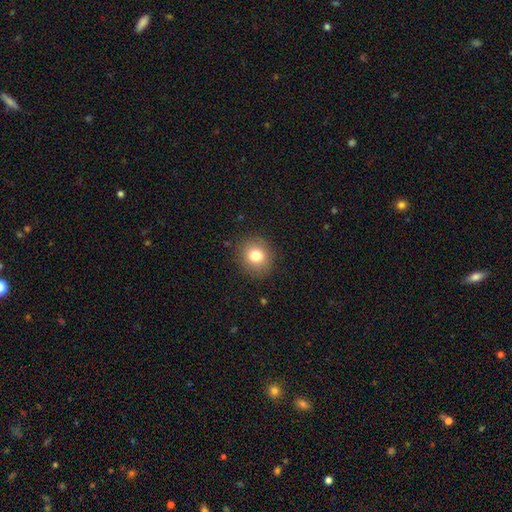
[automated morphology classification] Overall: smooth (80%). How rounded: round (82%). Merging: none (88%).